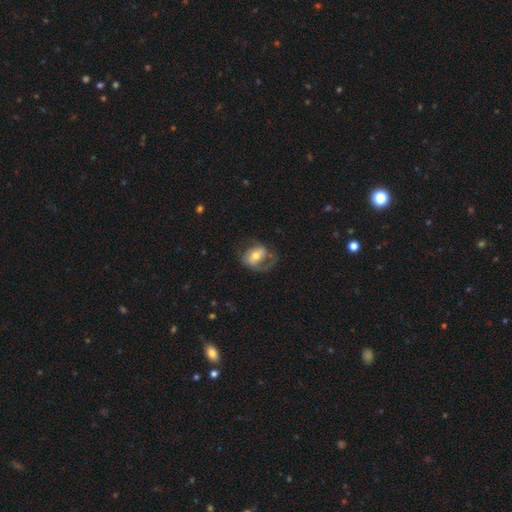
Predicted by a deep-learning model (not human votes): Smooth or featured: featured or disk — 59% (smooth — 34%)
Edge-on disk: no — 96% (yes — 4%)
Bar: weak — 38% (no — 34%)
Spiral arms: yes — 77% (no — 23%)
Bulge size: moderate — 64% (small — 21%)
Merging: none — 53% (major disturbance — 24%)